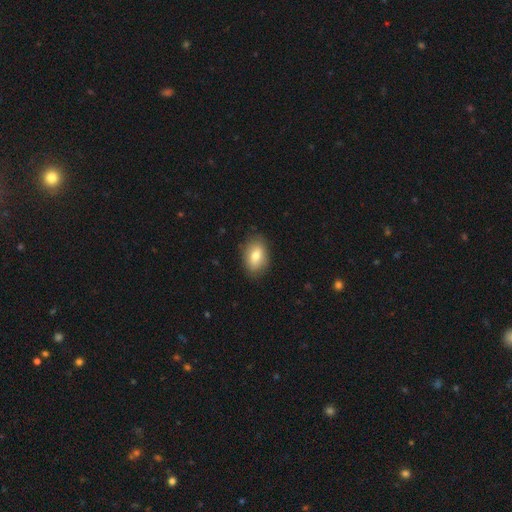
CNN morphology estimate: Overall: smooth (74%). How rounded: in between (86%). Merging: none (84%).